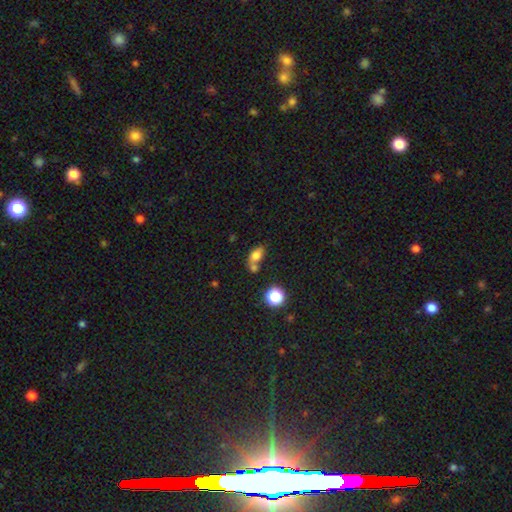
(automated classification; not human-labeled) Smooth or featured? smooth (76%)
How rounded? in between (79%)
Merging? none (41%)